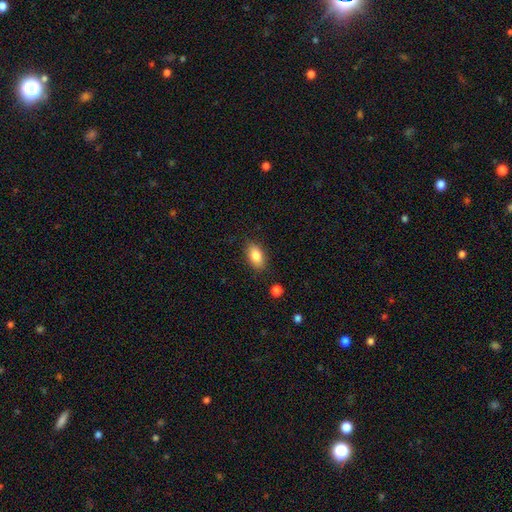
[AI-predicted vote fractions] Smooth or featured? Predicted: smooth (p=0.83). How rounded? Predicted: in between (p=0.89). Merging? Predicted: none (p=0.85).